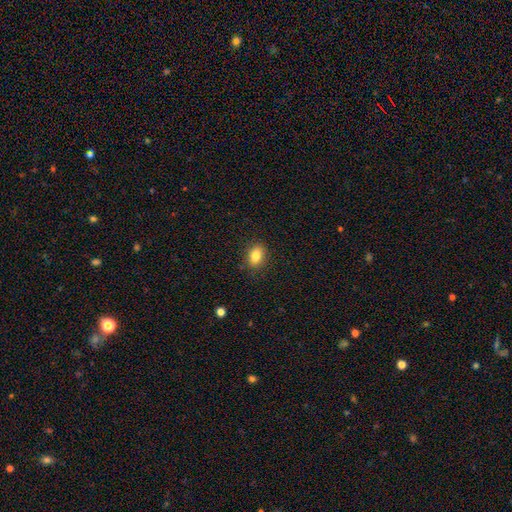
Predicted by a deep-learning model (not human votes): Smooth or featured? Predicted: smooth (p=0.84). How rounded? Predicted: in between (p=0.74). Merging? Predicted: none (p=0.87).